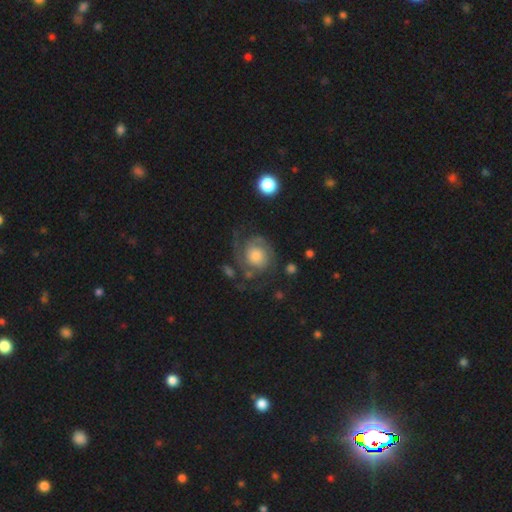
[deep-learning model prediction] Morphology: type=featured or disk (80%); edge-on=no (98%); bar=no (77%); spiral arms=yes (95%); winding=tight (48%); arm count=2 (57%); bulge=moderate (44%); merging=none (59%).